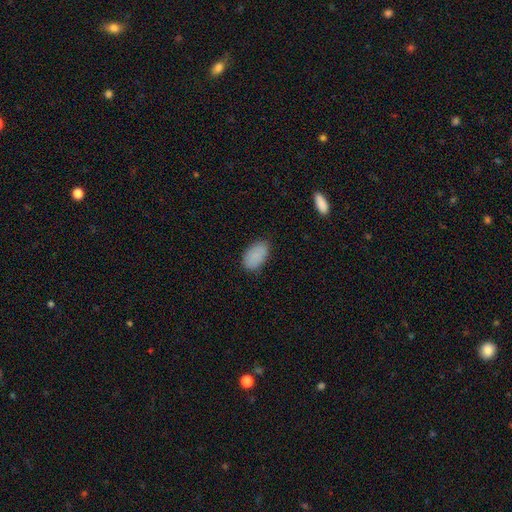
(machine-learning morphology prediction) Smooth or featured? Predicted: smooth (p=0.88). How rounded? Predicted: in between (p=0.94). Merging? Predicted: none (p=0.81).